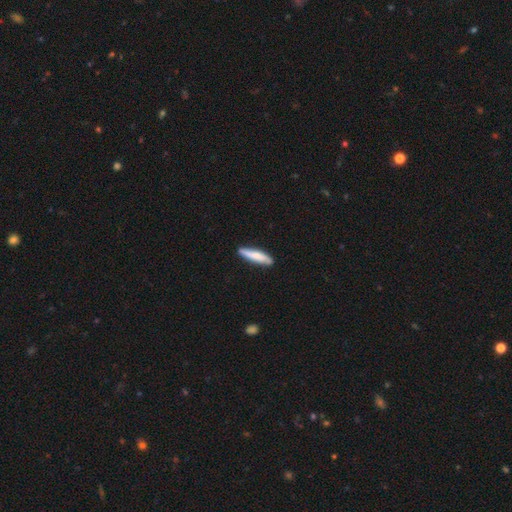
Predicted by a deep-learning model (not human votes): Overall: smooth (68%). How rounded: cigar-shaped (86%). Merging: none (83%).